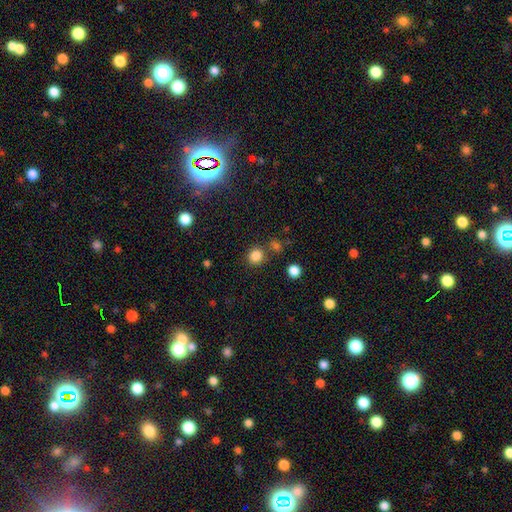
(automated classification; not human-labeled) Q: Smooth or featured?
A: smooth (83%); runner-up: star or artifact (12%)
Q: How rounded?
A: round (86%); runner-up: in between (13%)
Q: Merging?
A: none (79%); runner-up: merger (9%)